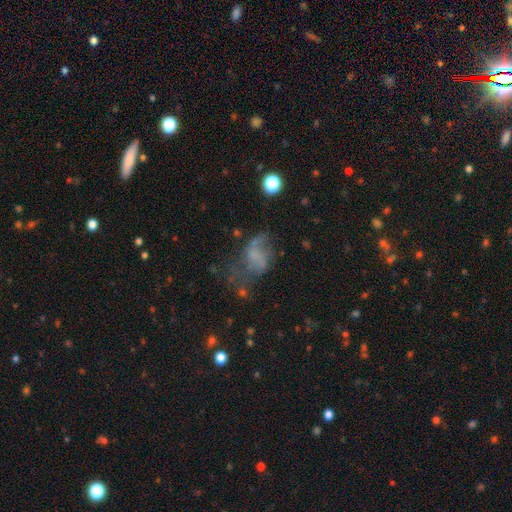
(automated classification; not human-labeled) Smooth or featured? featured or disk (45%)
Merging? major disturbance (40%)